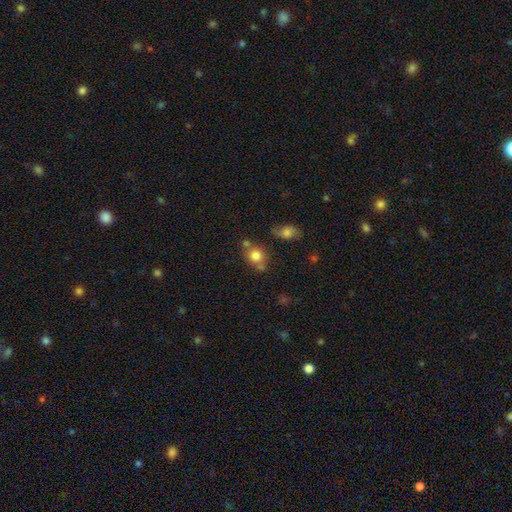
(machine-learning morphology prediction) smooth 79%, featured or disk 11%, star or artifact 10%. Down the decision tree: how rounded — round (64%); merging — none (59%).